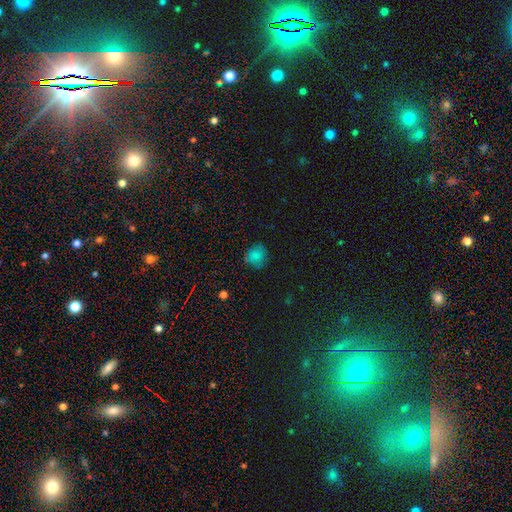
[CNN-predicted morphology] Smooth or featured? smooth (79%)
How rounded? round (81%)
Merging? none (76%)